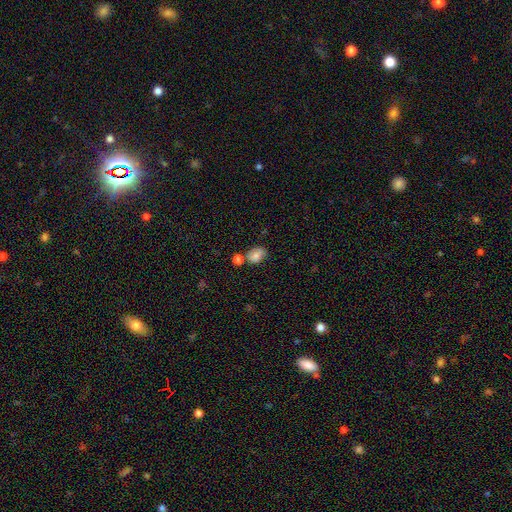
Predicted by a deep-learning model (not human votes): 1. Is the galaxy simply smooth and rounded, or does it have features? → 74% smooth, 17% featured or disk, 10% star or artifact.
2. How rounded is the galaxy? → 68% in between, 31% round, 1% cigar-shaped.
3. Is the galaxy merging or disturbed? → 55% none, 22% minor disturbance, 17% merger, 6% major disturbance.